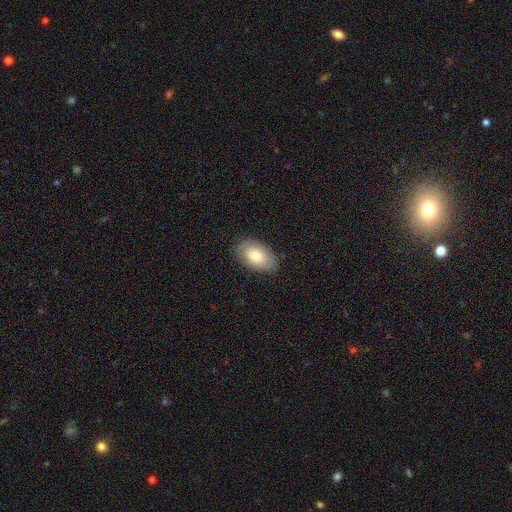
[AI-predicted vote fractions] Smooth or featured? Predicted: smooth (p=0.75). How rounded? Predicted: in between (p=0.93). Merging? Predicted: none (p=0.84).